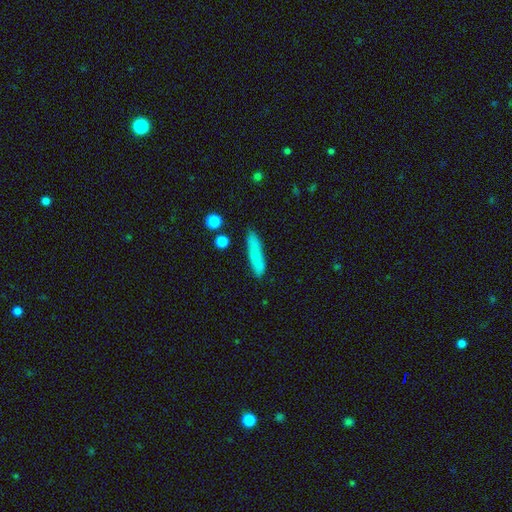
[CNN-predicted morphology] Q: Smooth or featured?
A: smooth (75%); runner-up: featured or disk (17%)
Q: How rounded?
A: cigar-shaped (83%); runner-up: in between (15%)
Q: Merging?
A: none (80%); runner-up: minor disturbance (14%)